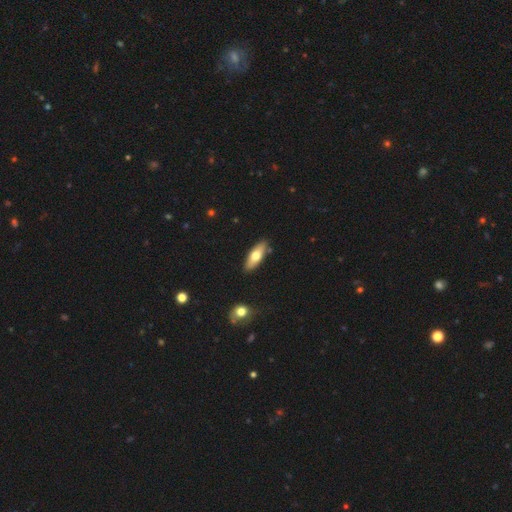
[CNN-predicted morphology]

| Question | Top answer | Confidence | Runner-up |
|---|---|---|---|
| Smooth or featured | smooth | 64% | featured or disk (30%) |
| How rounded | in between | 63% | cigar-shaped (34%) |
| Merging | none | 86% | minor disturbance (9%) |